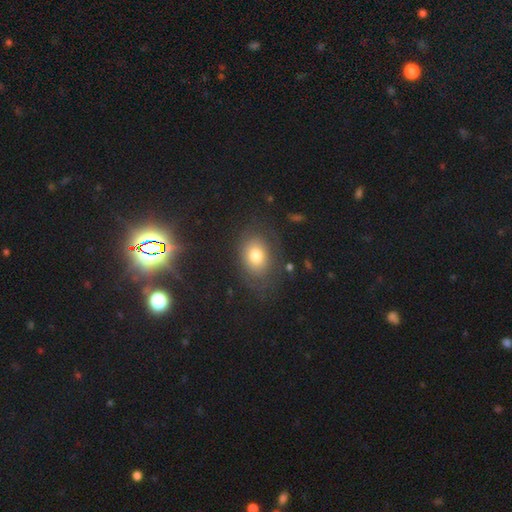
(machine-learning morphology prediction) smooth-or-featured: smooth: 67% | featured or disk: 21% | star or artifact: 12%
  how-rounded: in between: 71% | round: 28% | cigar-shaped: 1%
  merging: none: 72% | minor disturbance: 16% | major disturbance: 10% | merger: 2%